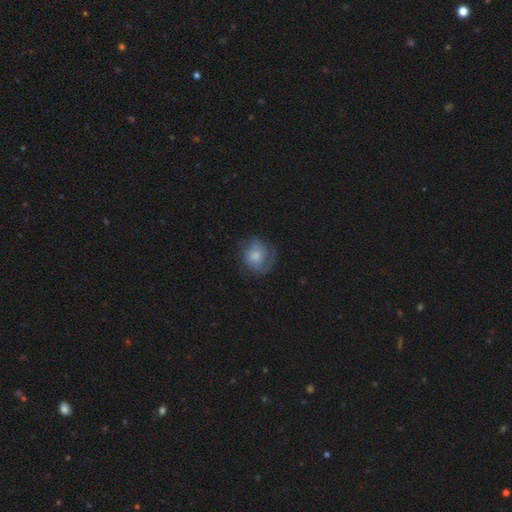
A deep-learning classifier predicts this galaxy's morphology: smooth-or-featured: smooth: 55% | featured or disk: 38% | star or artifact: 7%
  how-rounded: round: 77% | in between: 22% | cigar-shaped: 1%
  merging: none: 61% | minor disturbance: 24% | major disturbance: 14% | merger: 1%